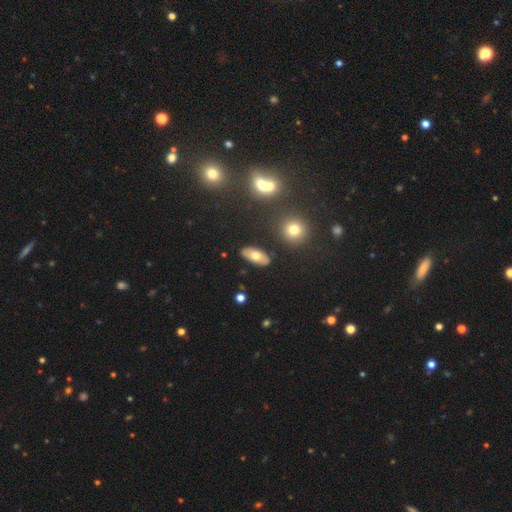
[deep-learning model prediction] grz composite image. It shows a smooth galaxy with no disk features (66%) that is in between round and cigar-shaped (88%). Merging: none (87%).